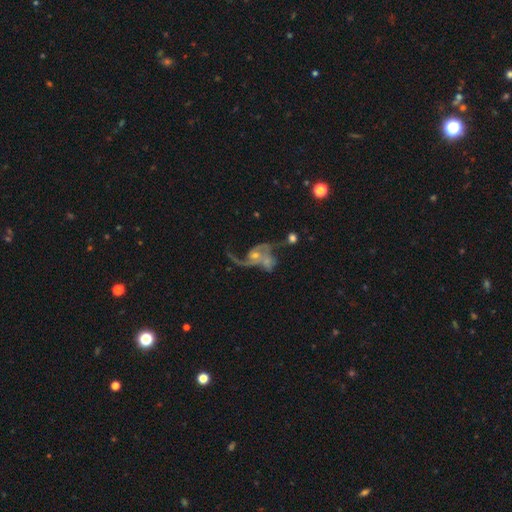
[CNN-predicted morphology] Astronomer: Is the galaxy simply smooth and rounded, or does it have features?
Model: featured or disk — 82%.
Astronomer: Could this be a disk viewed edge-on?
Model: no — 97%.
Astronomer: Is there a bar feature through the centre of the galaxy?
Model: no — 70%.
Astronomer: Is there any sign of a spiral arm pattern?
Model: yes — 91%.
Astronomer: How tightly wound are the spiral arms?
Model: loose — 67%.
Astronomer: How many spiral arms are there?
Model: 2 — 71%.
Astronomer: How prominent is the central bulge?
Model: small — 48% (runner-up: moderate, 41%).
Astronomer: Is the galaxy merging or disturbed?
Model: merger — 38% (runner-up: none, 28%).